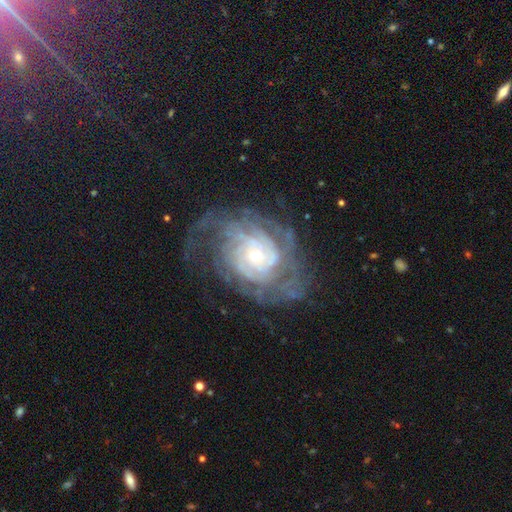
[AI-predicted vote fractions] Smooth or featured? featured or disk (87%)
Edge-on disk? no (97%)
Bar? no (75%)
Spiral arms? yes (94%)
Spiral winding? tight (70%)
Spiral arm count? can't tell (37%)
Bulge size? small (64%)
Merging? none (64%)